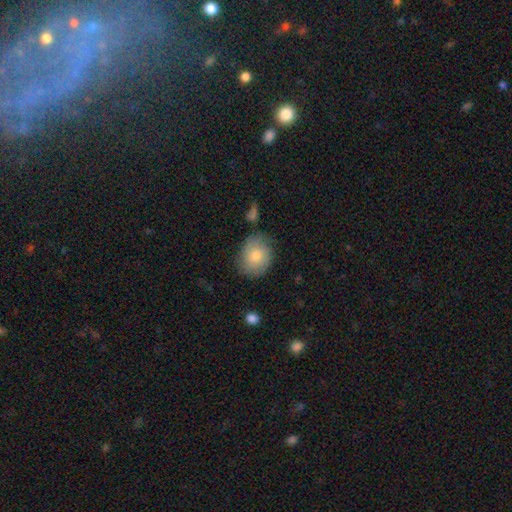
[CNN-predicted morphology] A smooth galaxy with no disk features (72%) that is round (51%).

Vote fractions:
- Smooth or featured? smooth: 72% / featured or disk: 20% / star or artifact: 7%
- How rounded? round: 51% / in between: 47% / cigar-shaped: 1%
- Merging? none: 73% / minor disturbance: 19% / major disturbance: 5% / merger: 3%